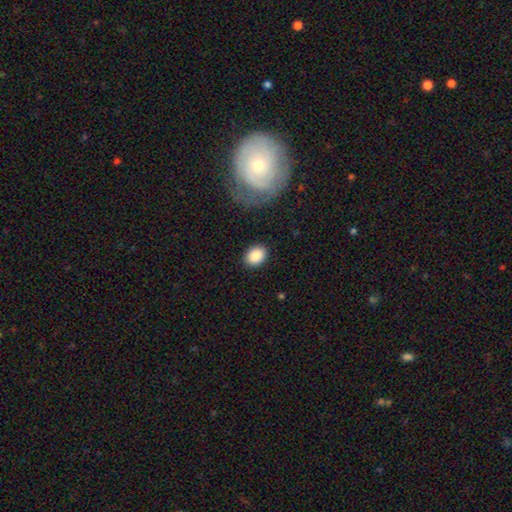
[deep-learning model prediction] Smooth or featured? Predicted: smooth (p=0.88). How rounded? Predicted: in between (p=0.63). Merging? Predicted: none (p=0.88).